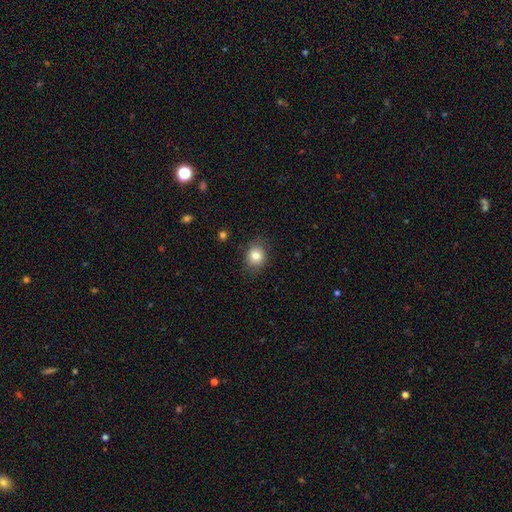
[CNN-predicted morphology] Q: Smooth or featured?
A: smooth (82%); runner-up: star or artifact (10%)
Q: How rounded?
A: round (63%); runner-up: in between (36%)
Q: Merging?
A: none (82%); runner-up: minor disturbance (13%)